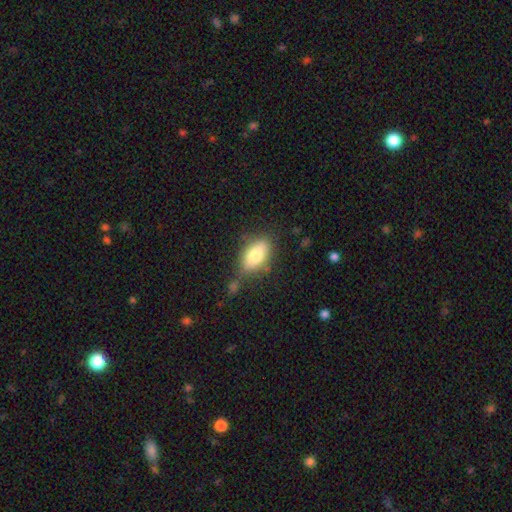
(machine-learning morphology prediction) Smooth or featured: smooth — 77% (featured or disk — 15%)
How rounded: in between — 89% (round — 7%)
Merging: none — 68% (minor disturbance — 19%)